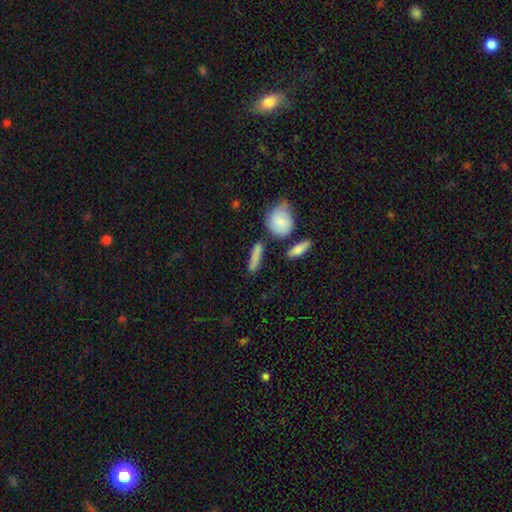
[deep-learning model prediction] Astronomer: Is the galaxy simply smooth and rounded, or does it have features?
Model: smooth — 76%.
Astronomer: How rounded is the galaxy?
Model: cigar-shaped — 70%.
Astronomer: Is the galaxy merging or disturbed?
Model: none — 70%.